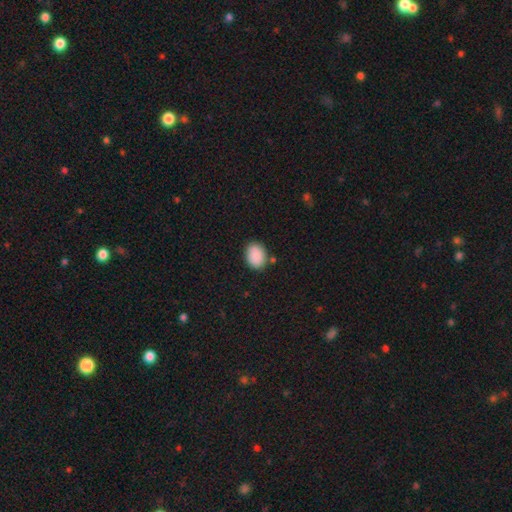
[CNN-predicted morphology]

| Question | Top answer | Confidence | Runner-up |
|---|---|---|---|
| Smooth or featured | smooth | 89% | star or artifact (7%) |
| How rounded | in between | 69% | round (30%) |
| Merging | none | 83% | minor disturbance (12%) |